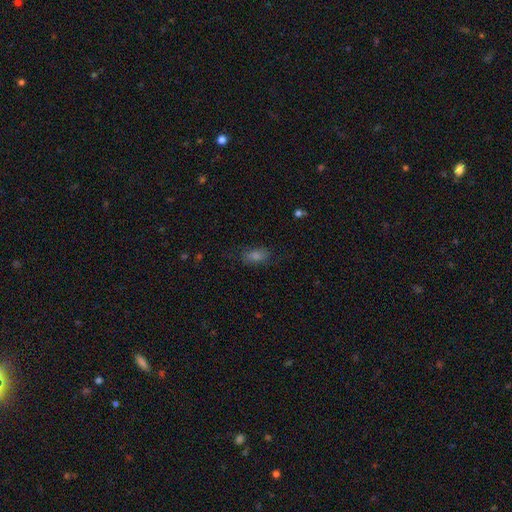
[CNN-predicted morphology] The model was most divided on "smooth or featured": smooth: 58%, star or artifact: 21%, featured or disk: 20%. More confident: how rounded — in between (83%); merging — none (77%).